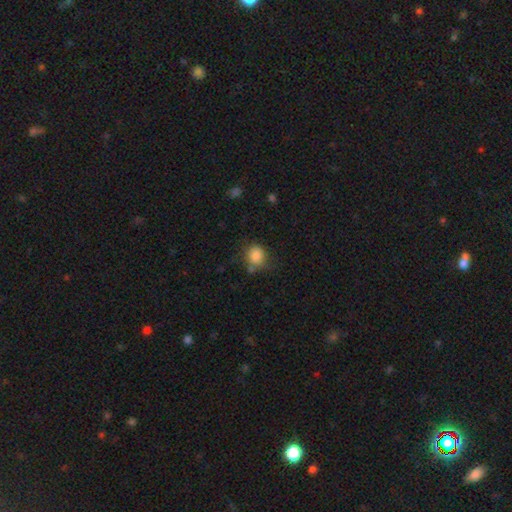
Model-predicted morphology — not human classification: Overall: smooth (85%). How rounded: round (75%). Merging: none (64%).